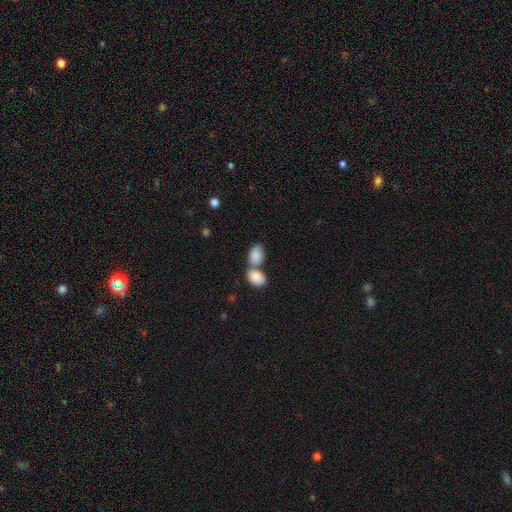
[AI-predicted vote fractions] Smooth or featured? smooth (87%)
How rounded? in between (89%)
Merging? merger (56%)